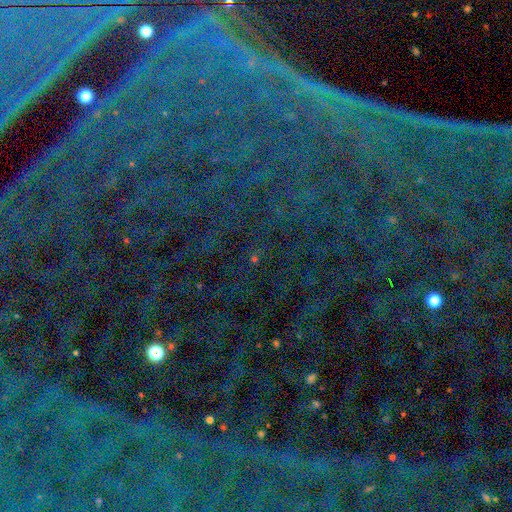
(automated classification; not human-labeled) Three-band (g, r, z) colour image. It shows a star or artifact, not a galaxy (83%).